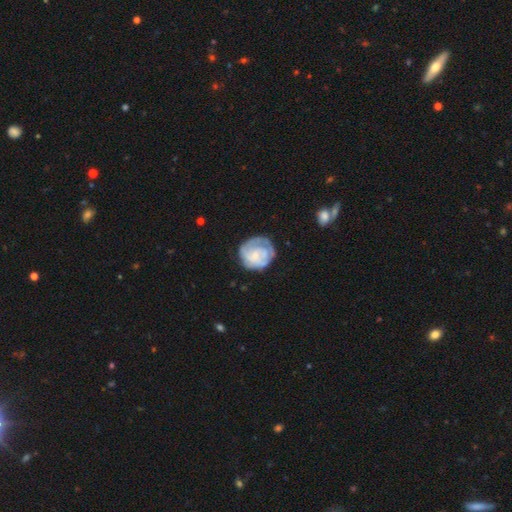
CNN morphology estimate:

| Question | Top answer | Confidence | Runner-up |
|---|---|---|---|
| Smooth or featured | featured or disk | 65% | smooth (29%) |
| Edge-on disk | no | 98% | yes (2%) |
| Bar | no | 68% | weak (27%) |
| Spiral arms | yes | 81% | no (19%) |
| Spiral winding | tight | 61% | medium (28%) |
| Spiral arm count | can't tell | 41% | 2 (27%) |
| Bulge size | small | 56% | none (20%) |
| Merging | none | 64% | minor disturbance (23%) |